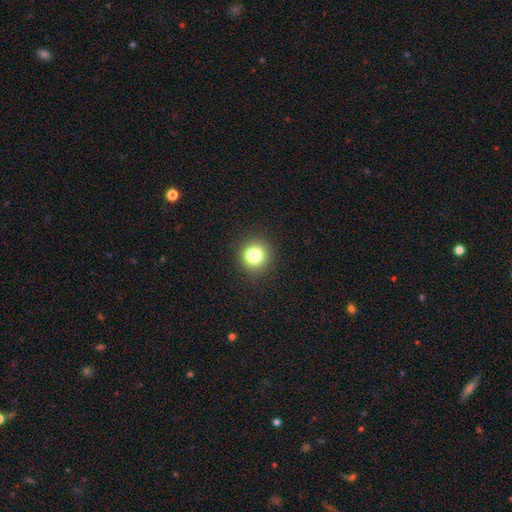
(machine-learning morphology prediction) smooth_or_featured: smooth (p=0.75) [alt: star or artifact p=0.16]
how_rounded: round (p=0.89) [alt: in between p=0.10]
merging: none (p=0.82) [alt: minor disturbance p=0.08]